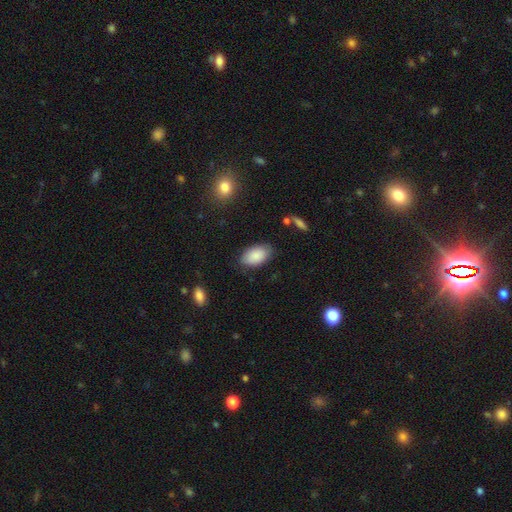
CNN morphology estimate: A smooth galaxy with no disk features (87%) that is in between round and cigar-shaped (94%). Merging: none (81%).